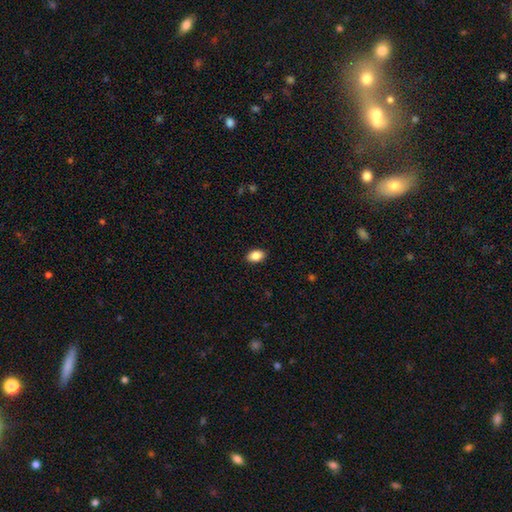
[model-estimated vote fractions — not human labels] Smooth or featured?
  - smooth: 87% *
  - star or artifact: 8%
  - featured or disk: 5%
How rounded?
  - in between: 88% *
  - round: 11%
  - cigar-shaped: 1%
Merging?
  - none: 90% *
  - minor disturbance: 7%
  - major disturbance: 2%
  - merger: 1%